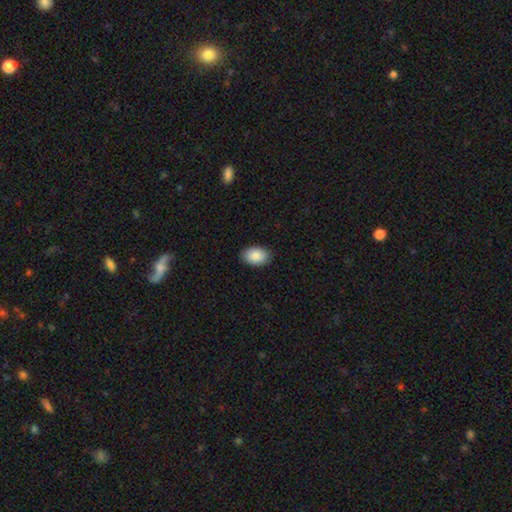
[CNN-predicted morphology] Q: Smooth or featured?
A: smooth (89%); runner-up: star or artifact (6%)
Q: How rounded?
A: in between (89%); runner-up: round (10%)
Q: Merging?
A: none (89%); runner-up: minor disturbance (8%)